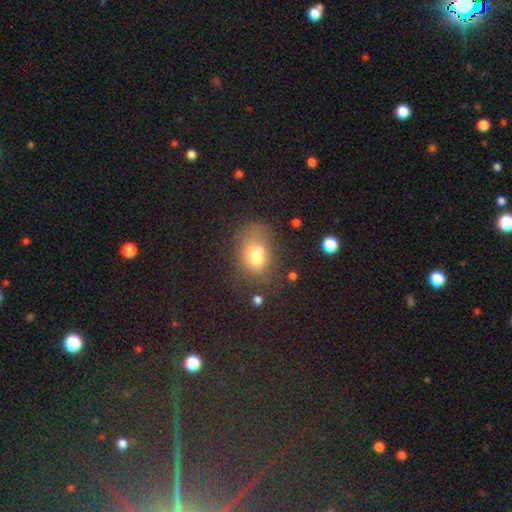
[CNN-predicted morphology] The model was most divided on "how rounded": in between: 57%, round: 42%, cigar-shaped: 1%. More confident: smooth or featured — smooth (74%); merging — none (56%).